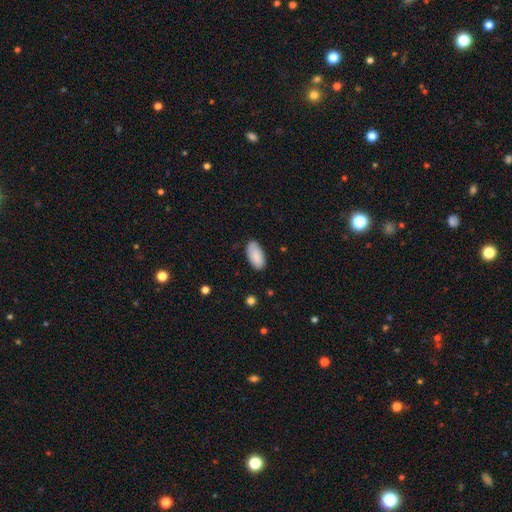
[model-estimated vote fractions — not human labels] Q: Smooth or featured?
A: smooth (86%); runner-up: featured or disk (8%)
Q: How rounded?
A: in between (95%); runner-up: cigar-shaped (3%)
Q: Merging?
A: none (80%); runner-up: minor disturbance (16%)